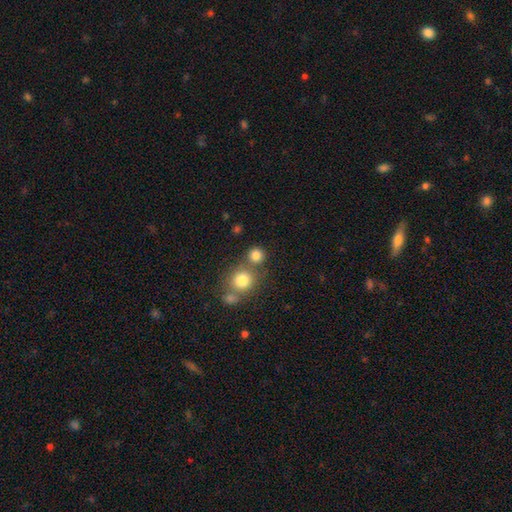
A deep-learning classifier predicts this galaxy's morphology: smooth 81%, star or artifact 12%, featured or disk 7%. Down the decision tree: how rounded — round (89%); merging — none (65%).